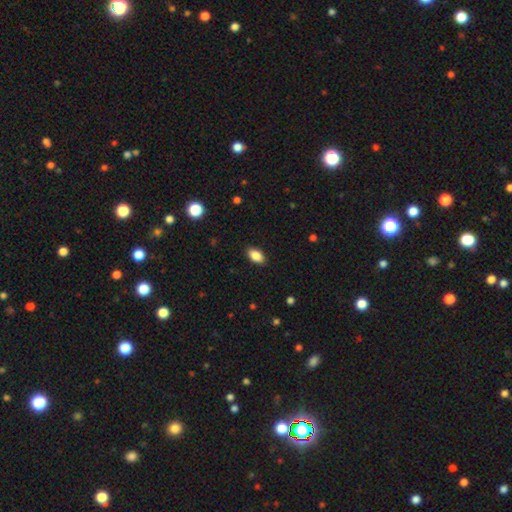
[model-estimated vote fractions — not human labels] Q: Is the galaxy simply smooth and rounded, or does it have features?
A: smooth — 88%.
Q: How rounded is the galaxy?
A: in between — 92%.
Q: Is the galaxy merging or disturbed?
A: none — 89%.